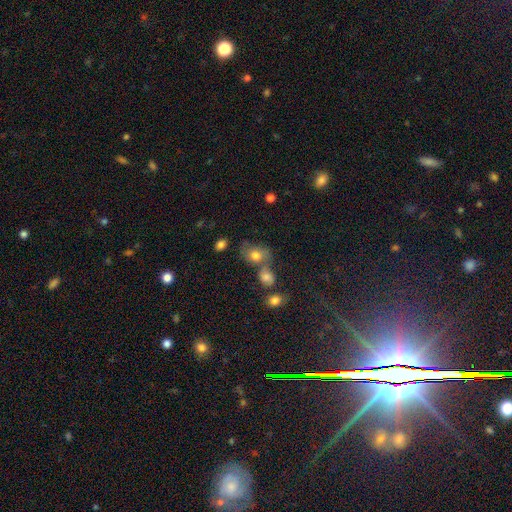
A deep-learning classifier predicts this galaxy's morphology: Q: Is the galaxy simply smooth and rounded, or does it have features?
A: smooth — 74%.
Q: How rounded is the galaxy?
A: in between — 56%.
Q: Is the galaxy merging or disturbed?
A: none — 44%.